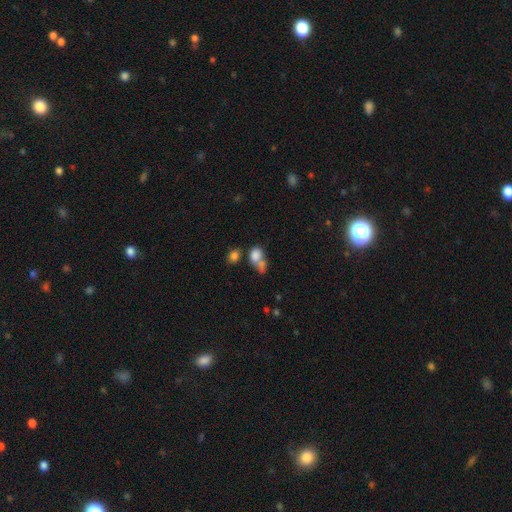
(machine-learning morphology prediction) This appears to be a smooth galaxy with no disk features (78%) that is in between round and cigar-shaped (66%). Merging: merger (54%).